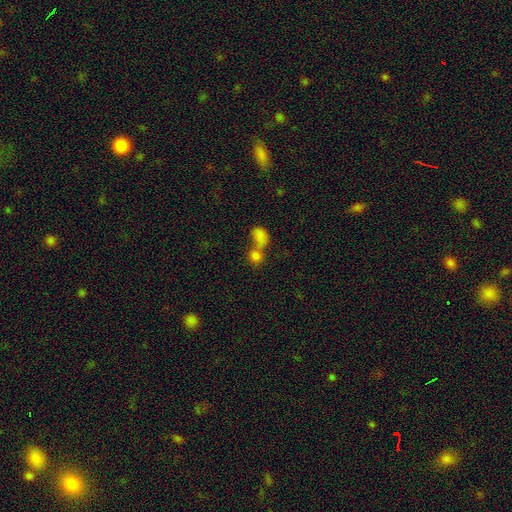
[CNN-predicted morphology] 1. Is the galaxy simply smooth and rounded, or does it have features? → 46% smooth, 39% star or artifact, 16% featured or disk.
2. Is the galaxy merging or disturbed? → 44% none, 41% merger, 9% minor disturbance, 7% major disturbance.